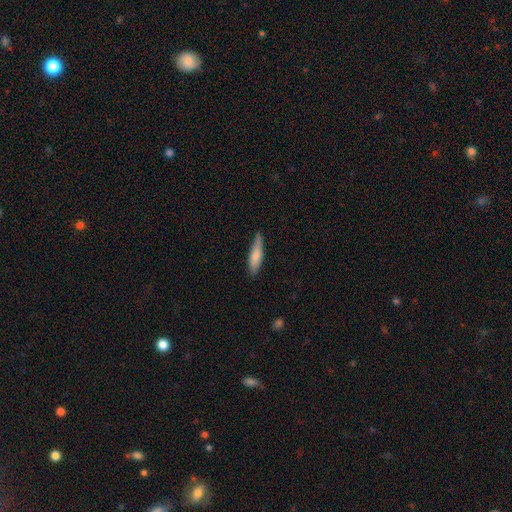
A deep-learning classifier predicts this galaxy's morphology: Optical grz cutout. It shows a smooth galaxy with no disk features (75%) that is cigar-shaped (72%). Merging: none (74%).